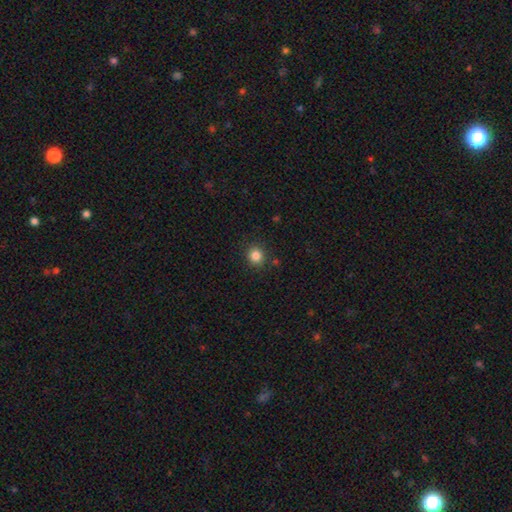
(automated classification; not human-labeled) Smooth or featured: smooth — 84% (star or artifact — 12%)
How rounded: round — 88% (in between — 11%)
Merging: none — 87% (minor disturbance — 8%)